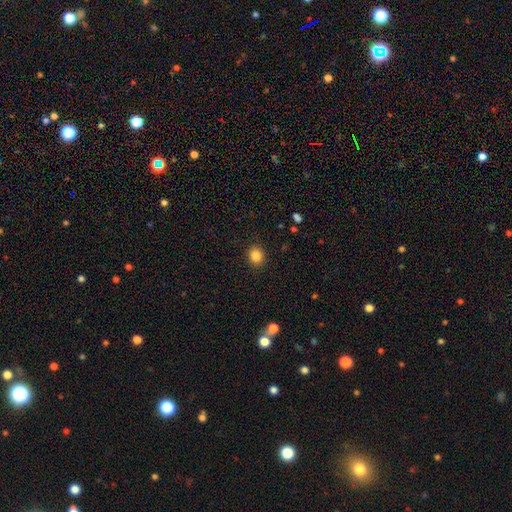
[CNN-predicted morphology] The model was most divided on "how rounded": round: 73%, in between: 26%, cigar-shaped: 1%. More confident: merging — none (90%); smooth or featured — smooth (85%).